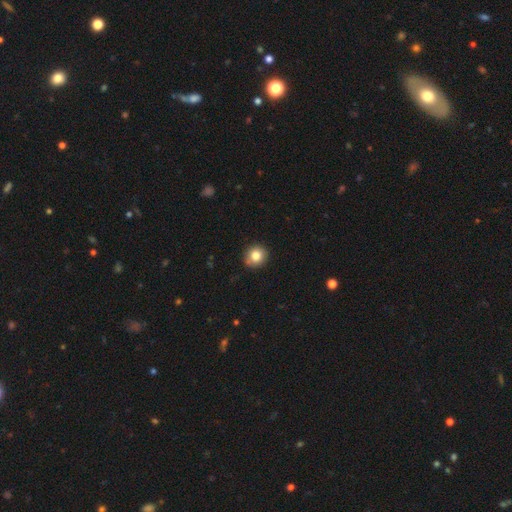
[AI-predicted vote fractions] smooth-or-featured: smooth: 82% | star or artifact: 10% | featured or disk: 8%
  how-rounded: round: 89% | in between: 10% | cigar-shaped: 1%
  merging: none: 87% | minor disturbance: 9% | major disturbance: 2% | merger: 2%